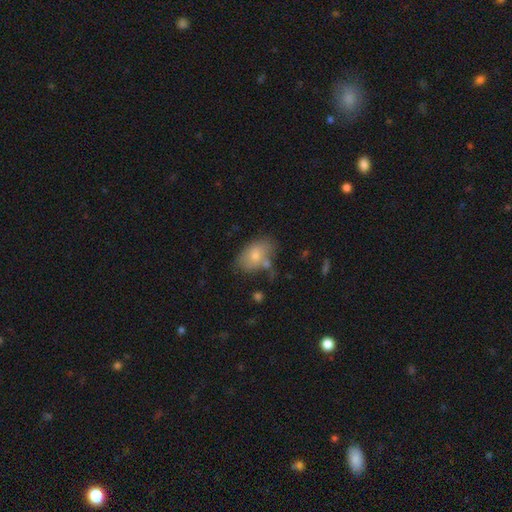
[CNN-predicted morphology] A smooth galaxy with no disk features (73%) that is in between round and cigar-shaped (85%).

Vote fractions:
- Smooth or featured? smooth: 73% / featured or disk: 19% / star or artifact: 8%
- How rounded? in between: 85% / round: 13% / cigar-shaped: 1%
- Merging? none: 54% / minor disturbance: 23% / merger: 15% / major disturbance: 8%